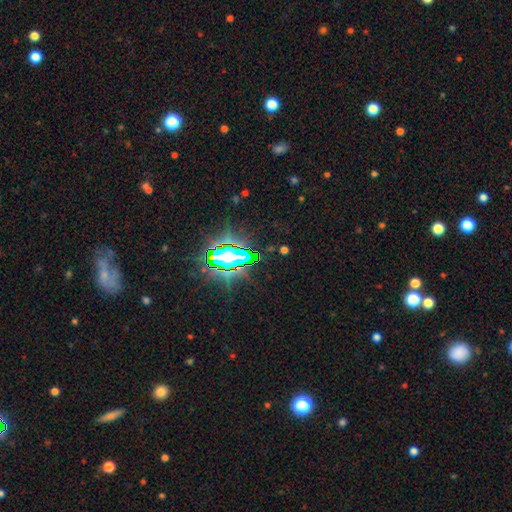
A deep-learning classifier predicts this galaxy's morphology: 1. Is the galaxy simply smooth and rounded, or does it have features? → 83% star or artifact, 9% smooth, 8% featured or disk.